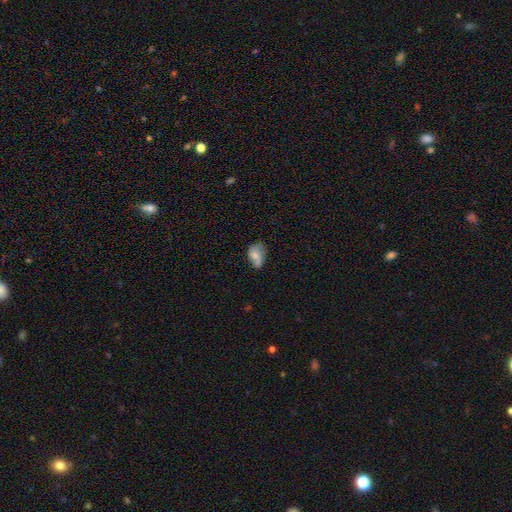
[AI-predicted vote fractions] Smooth or featured? smooth (59%)
How rounded? in between (81%)
Merging? none (41%)